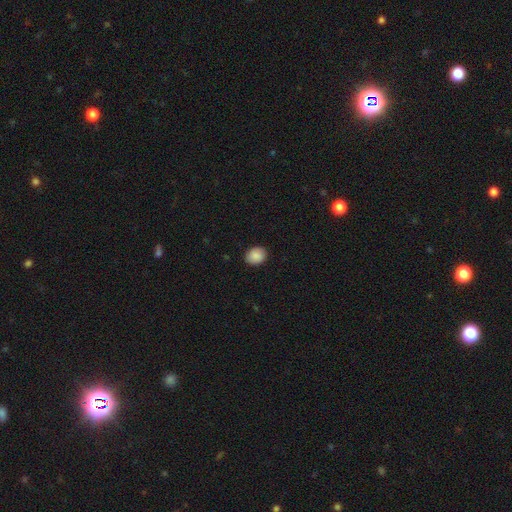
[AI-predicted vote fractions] Q: Smooth or featured?
A: smooth (89%); runner-up: star or artifact (8%)
Q: How rounded?
A: round (53%); runner-up: in between (46%)
Q: Merging?
A: none (89%); runner-up: minor disturbance (8%)